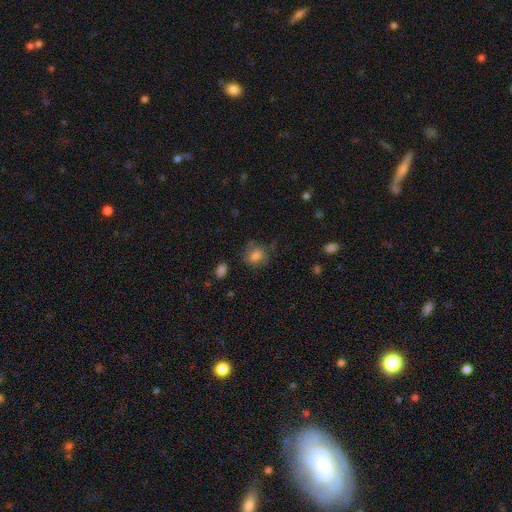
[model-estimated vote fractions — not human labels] A smooth galaxy with no disk features (75%) that is round (62%).

Vote fractions:
- Smooth or featured? smooth: 75% / featured or disk: 14% / star or artifact: 11%
- How rounded? round: 62% / in between: 37% / cigar-shaped: 1%
- Merging? none: 63% / minor disturbance: 23% / major disturbance: 11% / merger: 3%